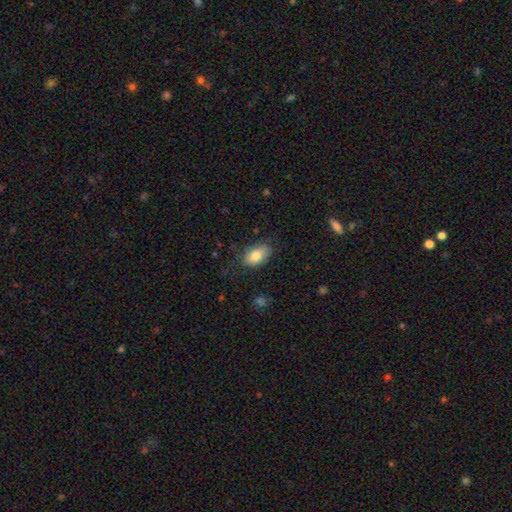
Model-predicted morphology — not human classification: smooth-or-featured: smooth: 82% | featured or disk: 11% | star or artifact: 7%
  how-rounded: in between: 92% | round: 6% | cigar-shaped: 2%
  merging: none: 73% | minor disturbance: 20% | major disturbance: 5% | merger: 1%